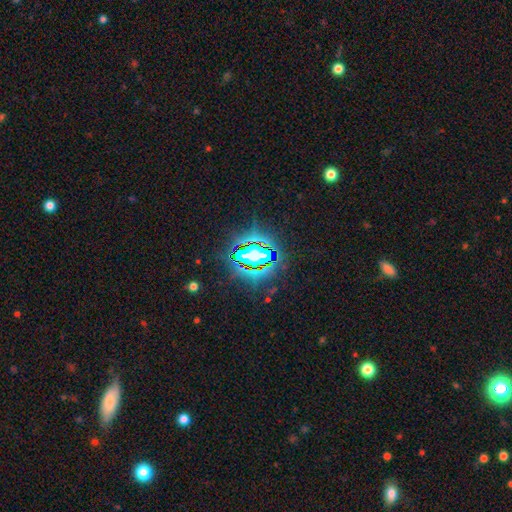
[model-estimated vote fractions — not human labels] smooth_or_featured: star or artifact (p=0.74) [alt: smooth p=0.14]